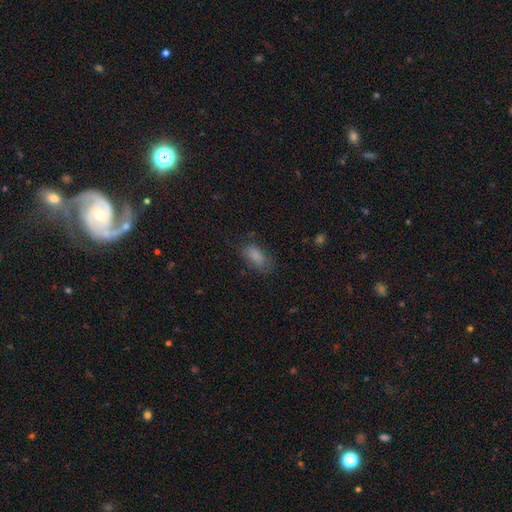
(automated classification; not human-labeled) Smooth or featured? Predicted: smooth (p=0.83). How rounded? Predicted: in between (p=0.88). Merging? Predicted: none (p=0.66).